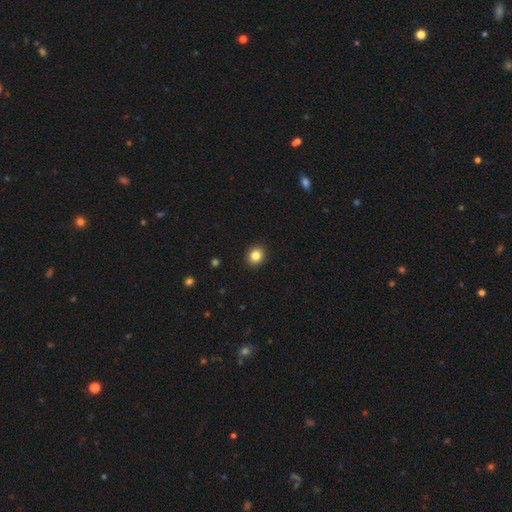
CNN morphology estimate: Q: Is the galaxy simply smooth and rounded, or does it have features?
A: smooth — 84%.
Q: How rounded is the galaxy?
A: round — 75%.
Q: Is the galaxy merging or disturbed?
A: none — 92%.